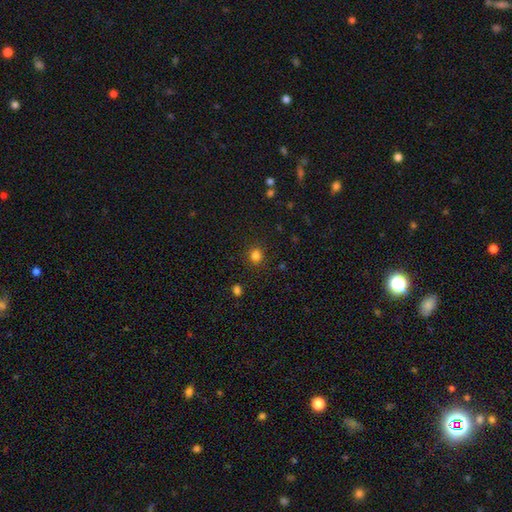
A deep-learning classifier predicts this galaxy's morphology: This appears to be a smooth galaxy with no disk features (82%) that is round (86%). Merging: none (87%).